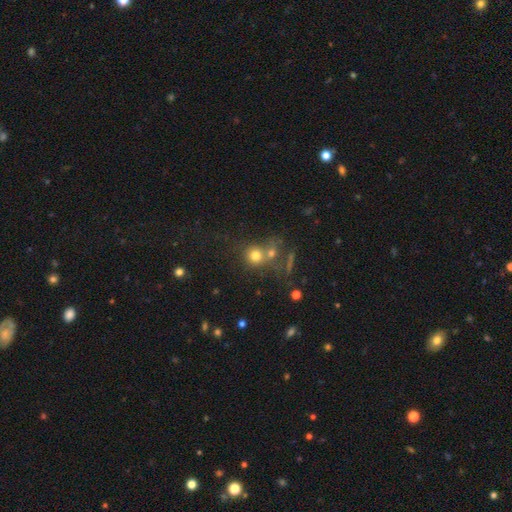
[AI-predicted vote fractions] A smooth galaxy with no disk features (73%) that is round (86%).

Vote fractions:
- Smooth or featured? smooth: 73% / star or artifact: 15% / featured or disk: 12%
- How rounded? round: 86% / in between: 13% / cigar-shaped: 1%
- Merging? none: 48% / merger: 37% / minor disturbance: 9% / major disturbance: 6%